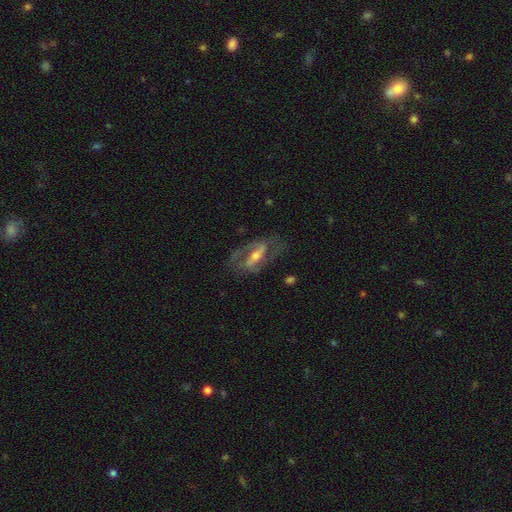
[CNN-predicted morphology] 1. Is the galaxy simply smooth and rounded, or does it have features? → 81% featured or disk, 13% smooth, 6% star or artifact.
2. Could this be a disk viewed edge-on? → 87% no, 13% yes.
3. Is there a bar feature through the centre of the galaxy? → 62% strong, 25% weak, 13% no.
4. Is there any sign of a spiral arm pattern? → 81% yes, 19% no.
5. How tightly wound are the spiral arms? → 50% medium, 26% loose, 24% tight.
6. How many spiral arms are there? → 86% 2, 8% can't tell, 3% 1, 1% 3, 1% 4, 1% more than 4.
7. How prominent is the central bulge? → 57% moderate, 33% small, 6% large, 2% none, 1% dominant.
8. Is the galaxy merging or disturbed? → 69% none, 16% minor disturbance, 13% major disturbance, 2% merger.